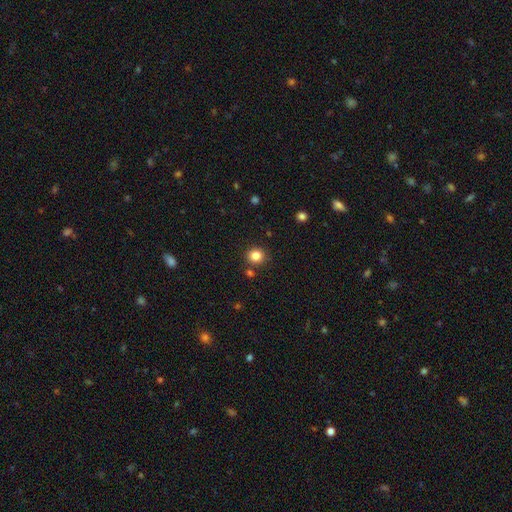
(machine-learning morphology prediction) Smooth or featured? Predicted: smooth (p=0.83). How rounded? Predicted: round (p=0.87). Merging? Predicted: none (p=0.85).